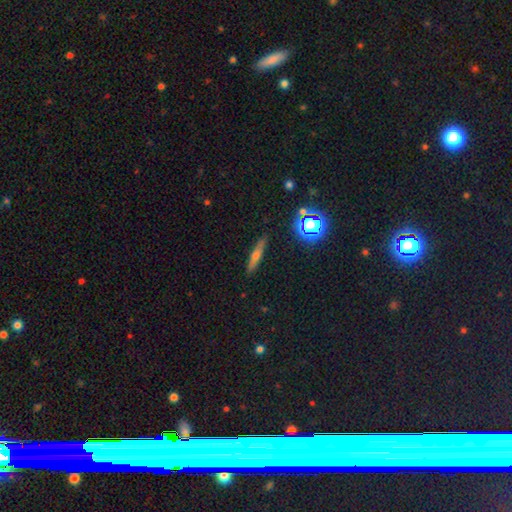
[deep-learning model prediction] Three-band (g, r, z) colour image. It shows a smooth galaxy with no disk features (45%). Merging: none (88%).